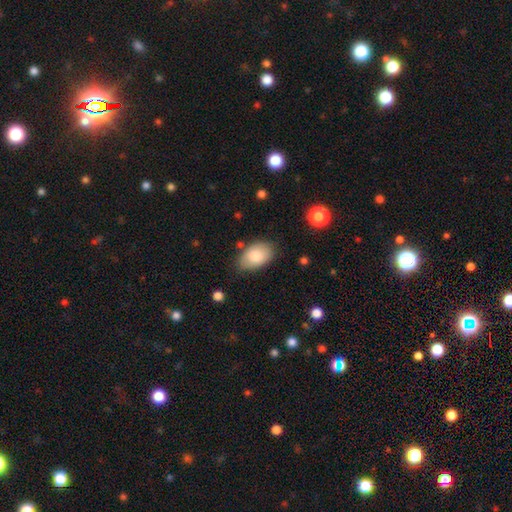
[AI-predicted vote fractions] smooth_or_featured: smooth (p=0.80) [alt: featured or disk p=0.13]
how_rounded: in between (p=0.91) [alt: round p=0.08]
merging: none (p=0.73) [alt: minor disturbance p=0.21]